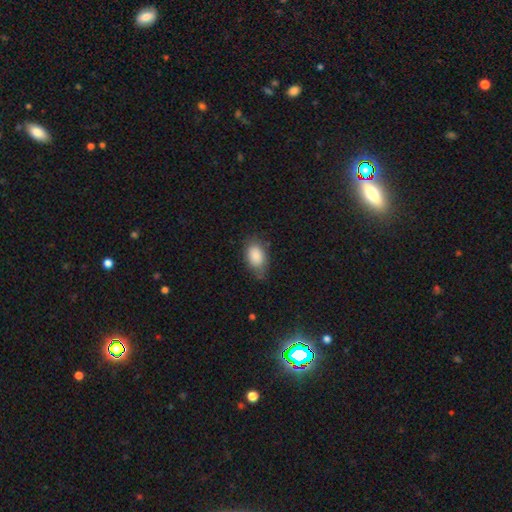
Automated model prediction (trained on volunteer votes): Overall: smooth (87%). How rounded: in between (88%). Merging: none (68%).